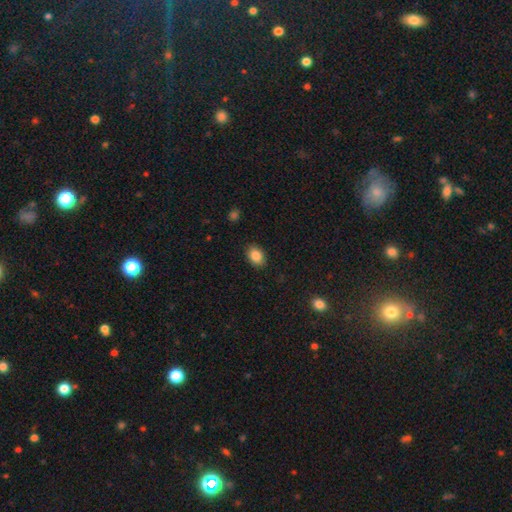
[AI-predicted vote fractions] This appears to be a smooth galaxy with no disk features (87%) that is in between round and cigar-shaped (77%). Merging: none (88%).